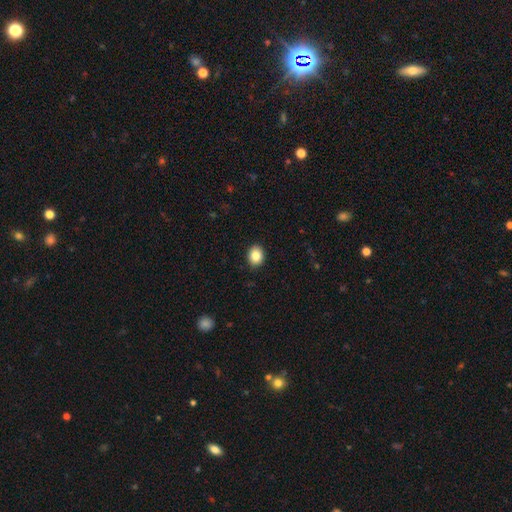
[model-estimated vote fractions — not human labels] Smooth or featured? smooth (87%)
How rounded? in between (51%)
Merging? none (91%)